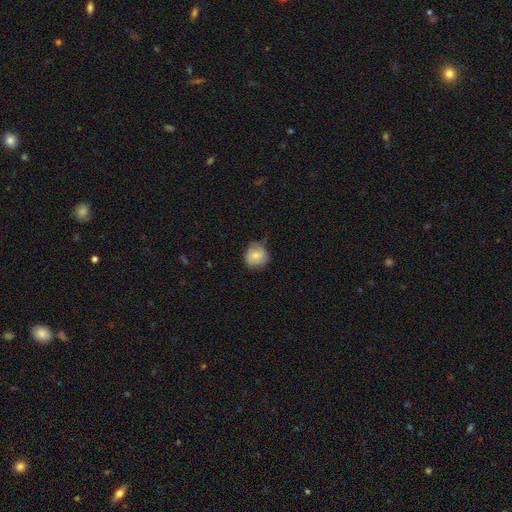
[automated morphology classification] smooth 71%, featured or disk 22%, star or artifact 8%. Down the decision tree: how rounded — round (81%); merging — none (62%).